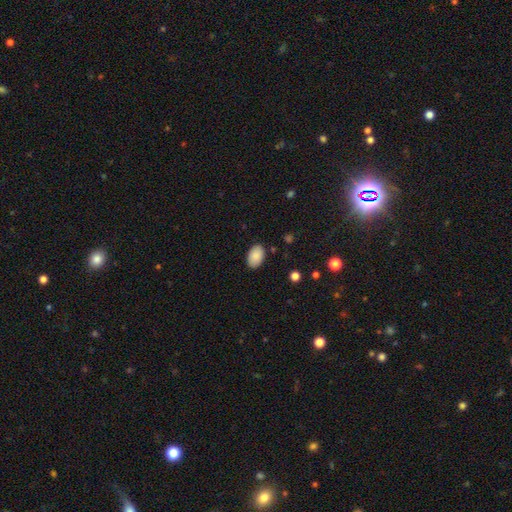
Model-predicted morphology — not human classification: This is clearly a smooth galaxy (88%). How rounded: clearly in between (90%). Merging: clearly none (86%).